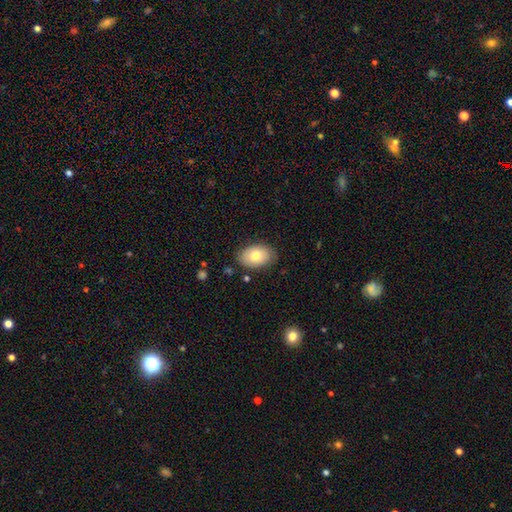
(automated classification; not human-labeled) Q: Smooth or featured?
A: smooth (74%); runner-up: featured or disk (19%)
Q: How rounded?
A: in between (88%); runner-up: round (11%)
Q: Merging?
A: none (80%); runner-up: minor disturbance (15%)